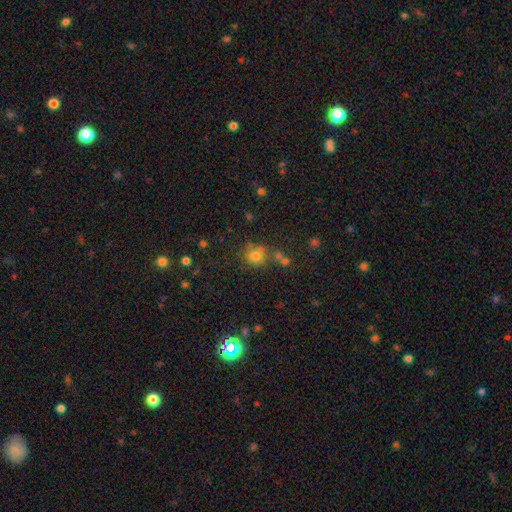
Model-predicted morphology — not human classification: A smooth galaxy with no disk features (73%) that is round (86%).

Vote fractions:
- Smooth or featured? smooth: 73% / star or artifact: 18% / featured or disk: 9%
- How rounded? round: 86% / in between: 13% / cigar-shaped: 1%
- Merging? none: 66% / merger: 17% / minor disturbance: 12% / major disturbance: 5%